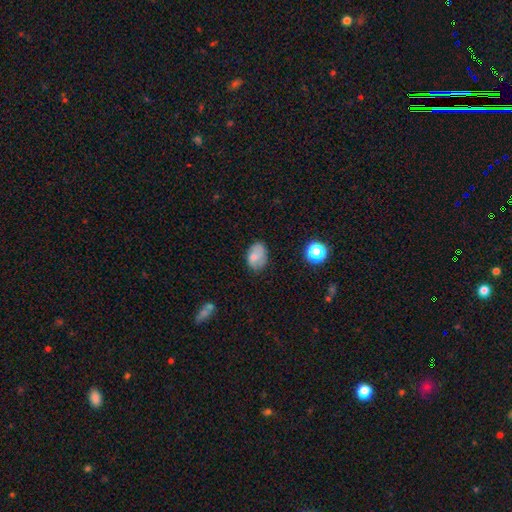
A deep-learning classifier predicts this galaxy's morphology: Smooth or featured? smooth (75%)
How rounded? in between (80%)
Merging? none (65%)